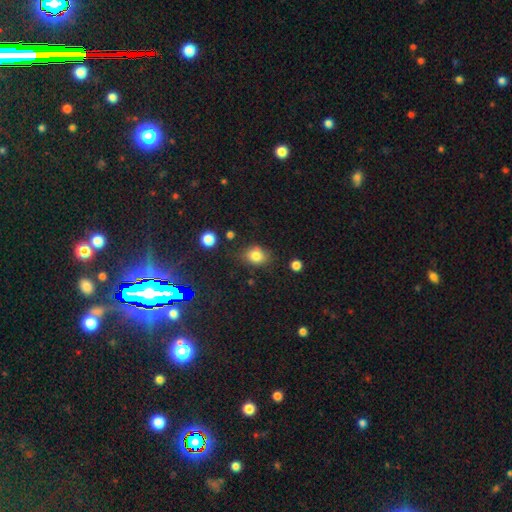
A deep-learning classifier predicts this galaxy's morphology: Smooth or featured? smooth (81%)
How rounded? in between (52%)
Merging? none (72%)